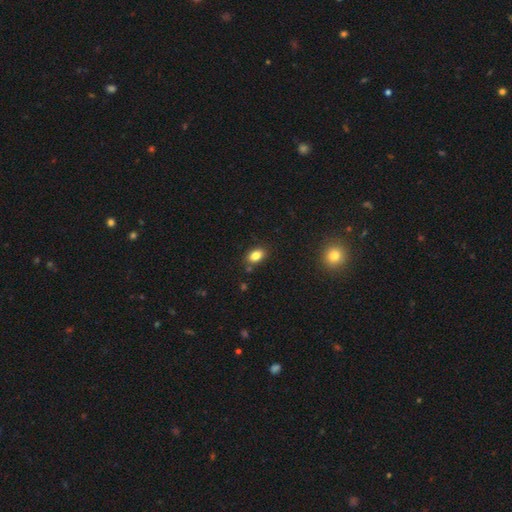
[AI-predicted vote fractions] Q: Smooth or featured?
A: smooth (83%); runner-up: star or artifact (10%)
Q: How rounded?
A: in between (80%); runner-up: round (19%)
Q: Merging?
A: none (82%); runner-up: minor disturbance (11%)